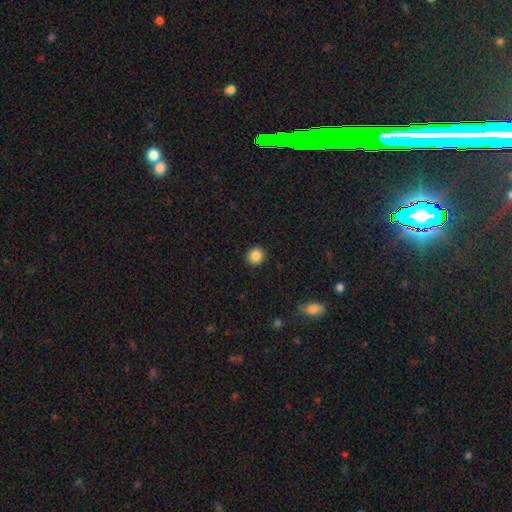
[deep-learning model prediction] A smooth galaxy with no disk features (87%) that is round (83%). Merging: none (91%).